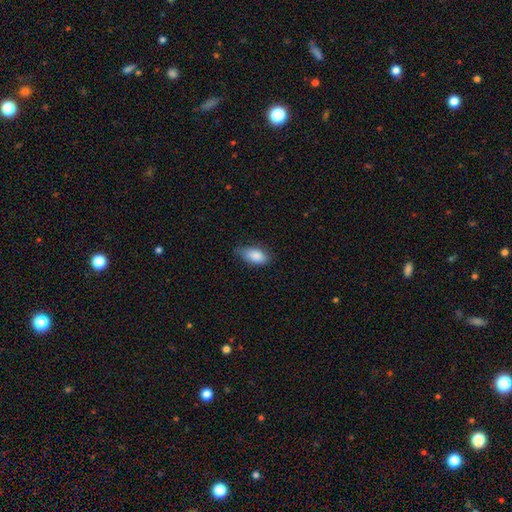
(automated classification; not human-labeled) Overall: smooth (87%). How rounded: in between (92%). Merging: none (65%; minor disturbance 29%).